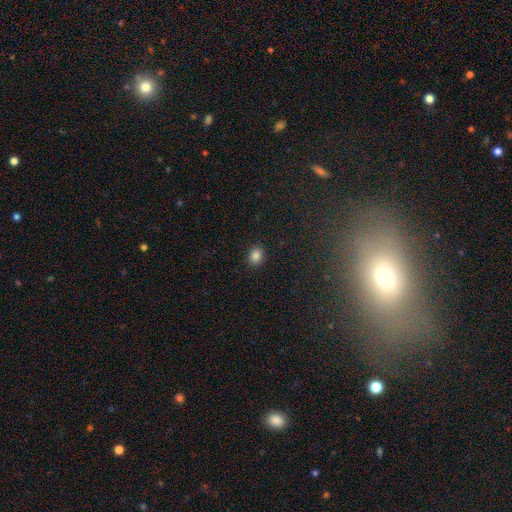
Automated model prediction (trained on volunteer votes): This appears to be a smooth galaxy with no disk features (85%) that is round (52%). Merging: none (89%).